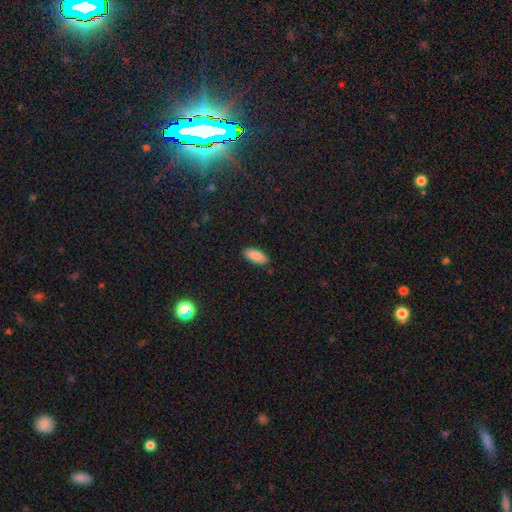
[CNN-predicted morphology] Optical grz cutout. It shows a smooth galaxy with no disk features (85%) that is in between round and cigar-shaped (86%). Merging: none (87%).